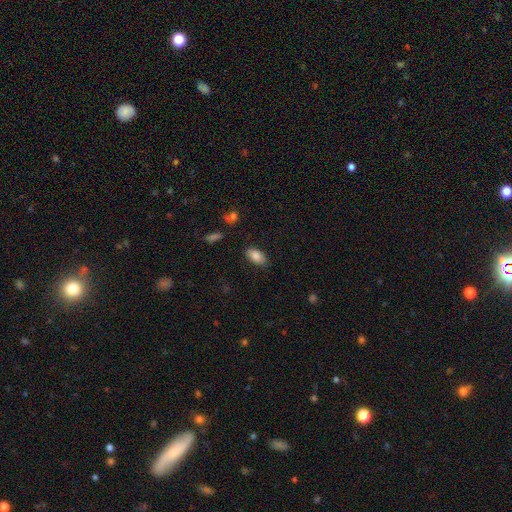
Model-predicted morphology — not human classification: Smooth or featured? Predicted: smooth (p=0.85). How rounded? Predicted: in between (p=0.93). Merging? Predicted: none (p=0.84).